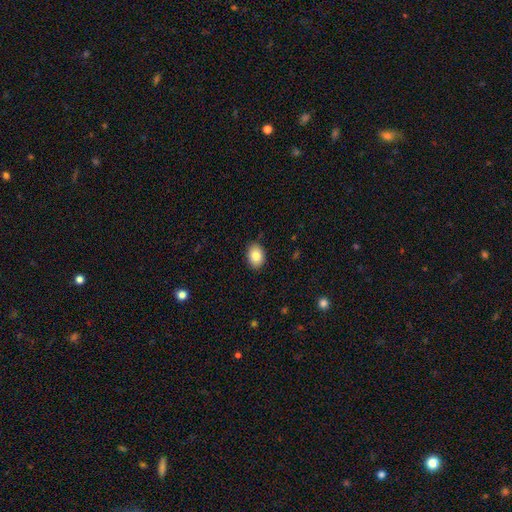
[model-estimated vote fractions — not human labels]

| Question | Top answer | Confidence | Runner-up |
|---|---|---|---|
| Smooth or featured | smooth | 83% | featured or disk (9%) |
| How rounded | in between | 76% | round (23%) |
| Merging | none | 88% | minor disturbance (9%) |